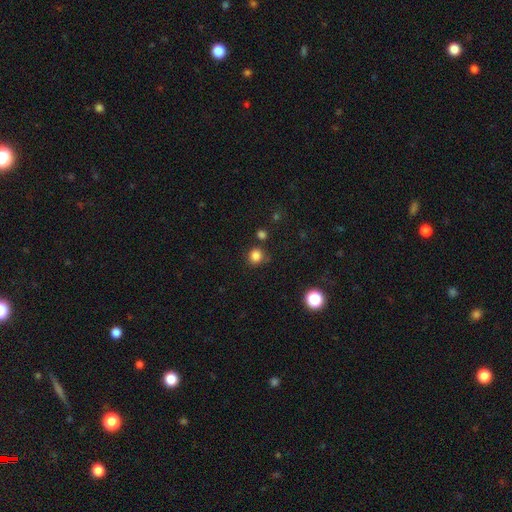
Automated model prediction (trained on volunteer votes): This is clearly a smooth galaxy (83%). How rounded: clearly round (87%). Merging: likely none (77%).